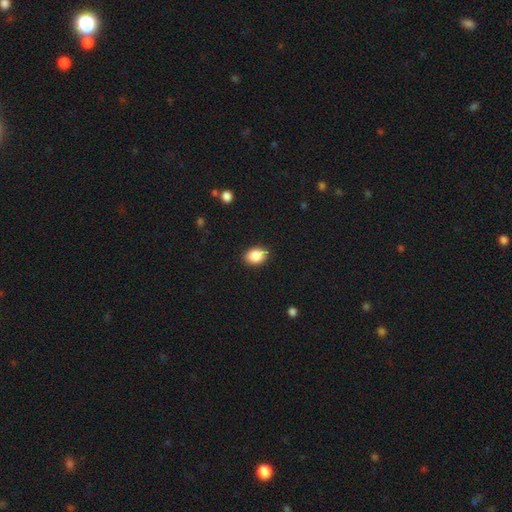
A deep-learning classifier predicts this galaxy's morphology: Smooth or featured: smooth — 87% (star or artifact — 8%)
How rounded: in between — 80% (round — 19%)
Merging: none — 83% (minor disturbance — 13%)